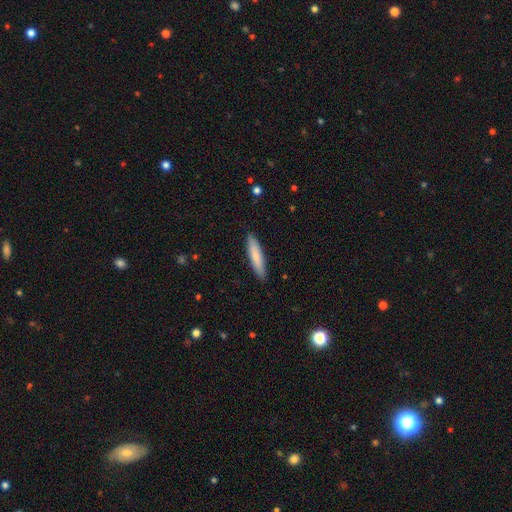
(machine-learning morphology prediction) smooth 80%, featured or disk 15%, star or artifact 5%. Down the decision tree: how rounded — cigar-shaped (83%); merging — none (89%).